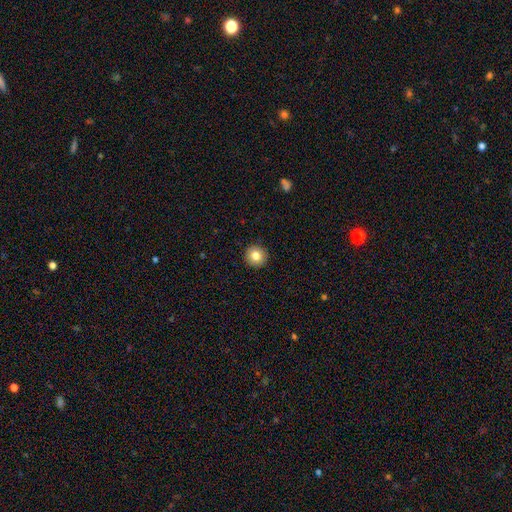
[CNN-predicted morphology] Smooth or featured? smooth (82%)
How rounded? round (95%)
Merging? none (93%)